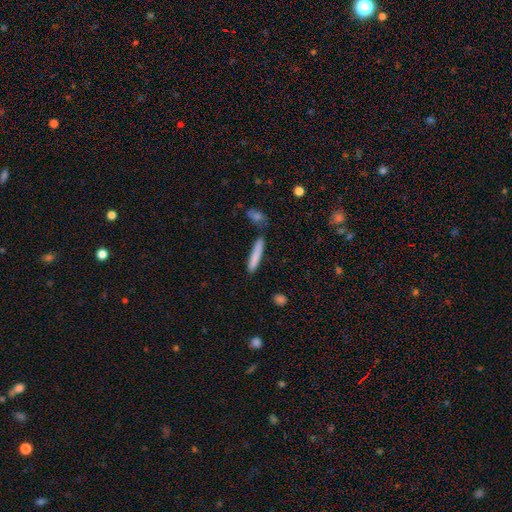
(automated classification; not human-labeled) This is clearly a smooth galaxy (82%). How rounded: clearly cigar-shaped (91%). Merging: clearly none (81%).